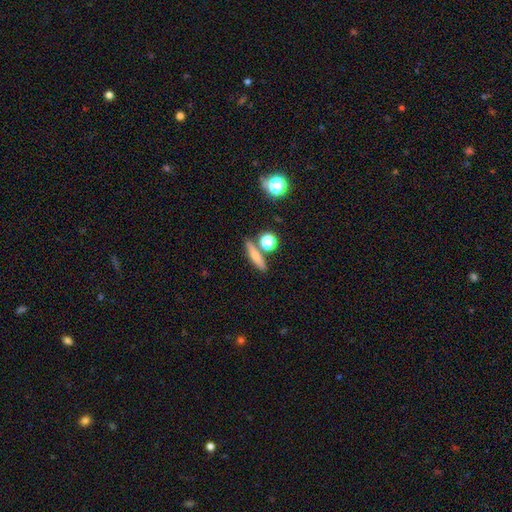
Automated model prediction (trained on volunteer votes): Overall: smooth (66%). How rounded: cigar-shaped (67%). Merging: none (74%).